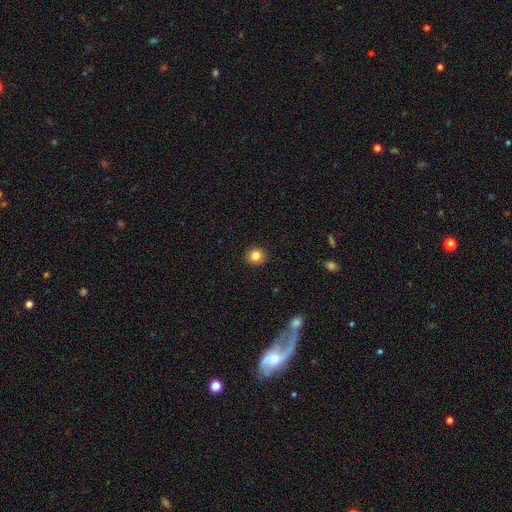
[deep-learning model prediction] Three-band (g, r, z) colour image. It shows a smooth galaxy with no disk features (84%) that is round (88%). Merging: none (92%).